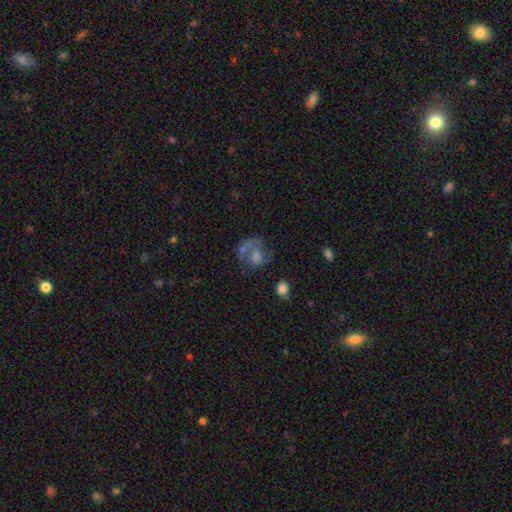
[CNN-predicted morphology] Smooth or featured?
  - featured or disk: 47% *
  - smooth: 37%
  - star or artifact: 16%
Merging?
  - none: 36% *
  - major disturbance: 27%
  - merger: 21%
  - minor disturbance: 15%